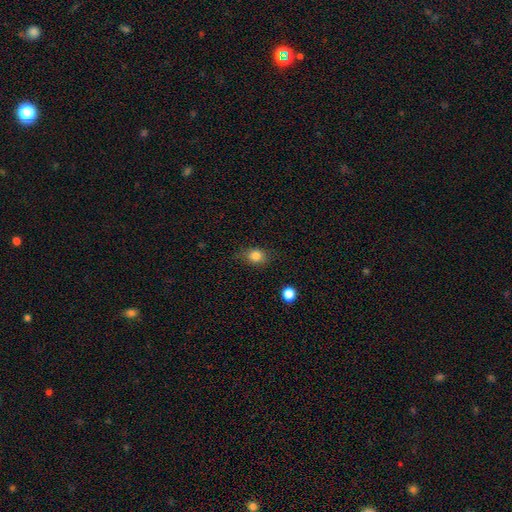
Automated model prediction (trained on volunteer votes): Smooth or featured? smooth (83%)
How rounded? round (58%)
Merging? none (74%)